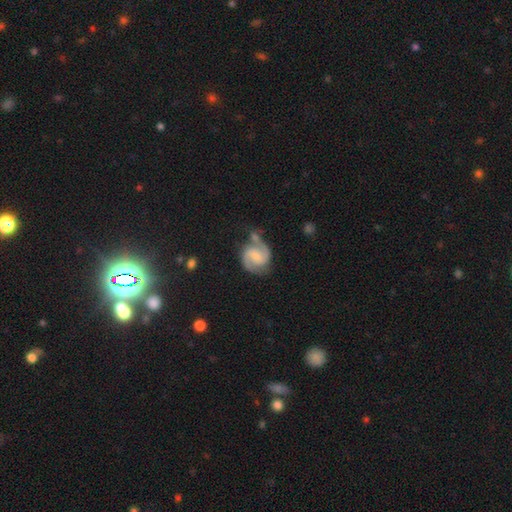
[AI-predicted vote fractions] Morphology: type=featured or disk (85%); edge-on=no (98%); bar=weak (52%); spiral arms=yes (97%); winding=medium (56%); arm count=2 (92%); bulge=small (47%); merging=none (62%).